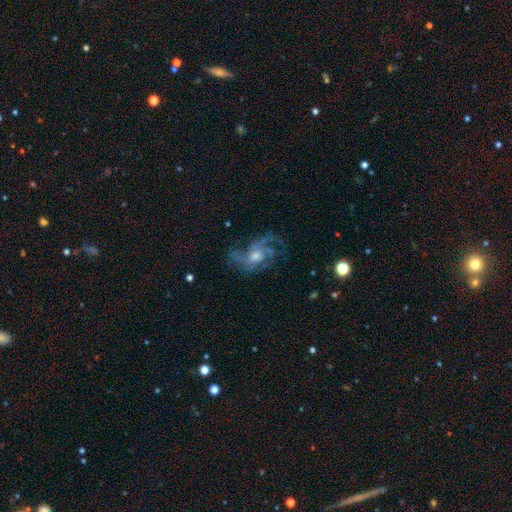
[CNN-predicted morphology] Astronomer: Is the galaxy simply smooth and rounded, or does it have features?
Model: featured or disk — 79%.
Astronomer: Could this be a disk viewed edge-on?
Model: no — 96%.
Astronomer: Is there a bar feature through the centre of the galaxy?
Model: no — 73%.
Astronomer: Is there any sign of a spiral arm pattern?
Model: yes — 89%.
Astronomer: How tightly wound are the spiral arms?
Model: medium — 46% (runner-up: loose, 32%).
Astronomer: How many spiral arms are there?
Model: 3 — 31% (runner-up: can't tell, 23%).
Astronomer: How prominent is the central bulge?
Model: moderate — 64%.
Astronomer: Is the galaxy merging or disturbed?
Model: none — 56%.